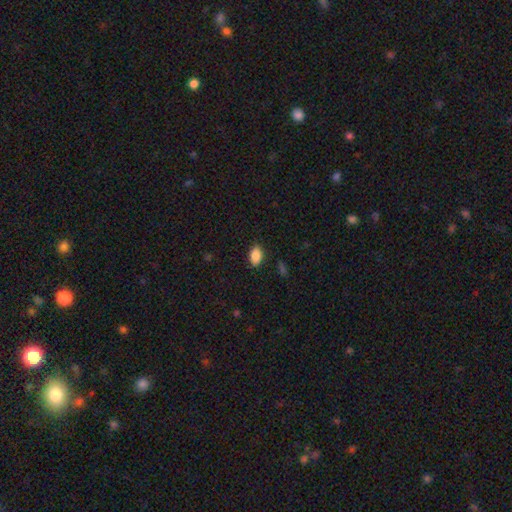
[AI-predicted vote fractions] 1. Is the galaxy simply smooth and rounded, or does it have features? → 88% smooth, 8% star or artifact, 4% featured or disk.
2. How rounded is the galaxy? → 90% in between, 9% round, 2% cigar-shaped.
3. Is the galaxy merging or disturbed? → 85% none, 11% minor disturbance, 3% major disturbance, 1% merger.